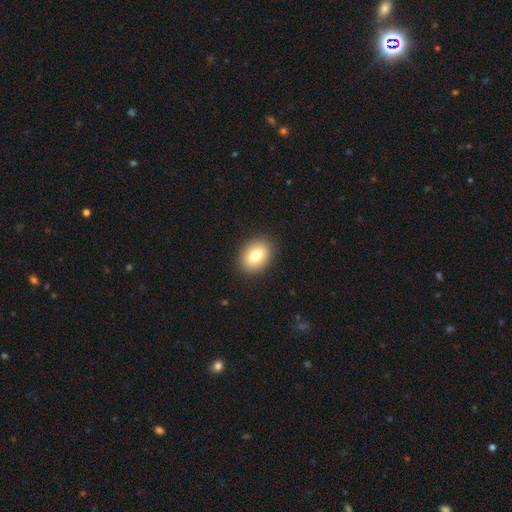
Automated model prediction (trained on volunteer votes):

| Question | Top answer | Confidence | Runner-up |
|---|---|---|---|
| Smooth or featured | smooth | 78% | featured or disk (14%) |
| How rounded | in between | 72% | round (27%) |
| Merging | none | 89% | minor disturbance (8%) |